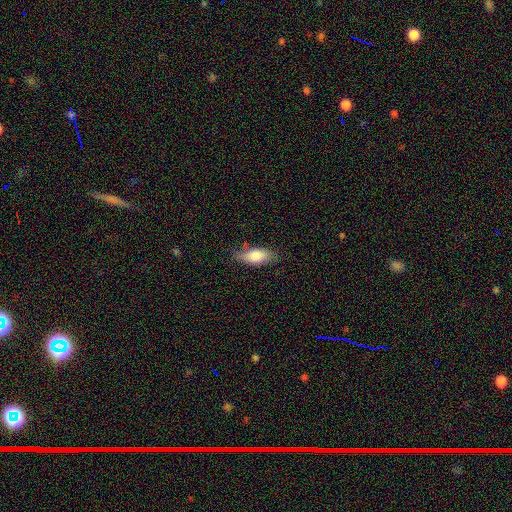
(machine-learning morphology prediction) Q: Smooth or featured?
A: smooth (76%); runner-up: featured or disk (18%)
Q: How rounded?
A: in between (77%); runner-up: cigar-shaped (20%)
Q: Merging?
A: none (74%); runner-up: minor disturbance (20%)